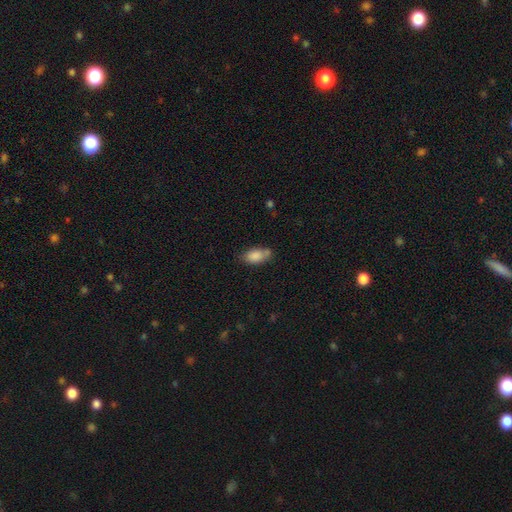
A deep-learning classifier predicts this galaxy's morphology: This is clearly a smooth galaxy (84%). How rounded: clearly in between (89%). Merging: possibly none (56%).